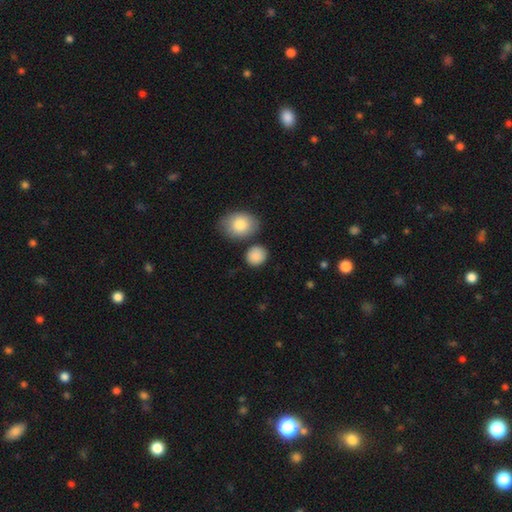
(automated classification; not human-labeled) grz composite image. It shows a smooth galaxy with no disk features (89%) that is round (66%). Merging: none (76%).